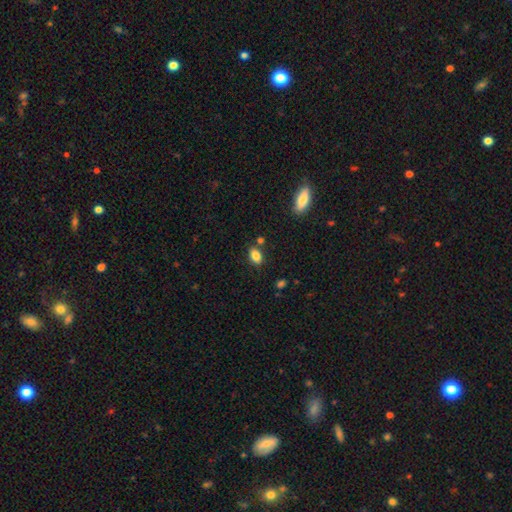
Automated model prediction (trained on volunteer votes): Morphology: type=smooth (84%); roundness=in between (87%); merging=none (79%).